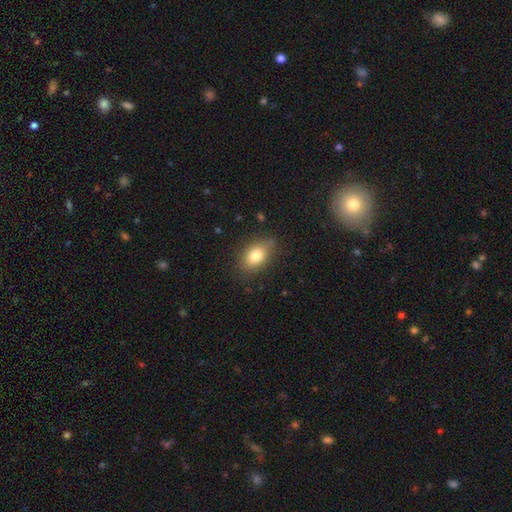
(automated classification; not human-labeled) This appears to be a smooth galaxy with no disk features (79%) that is in between round and cigar-shaped (83%). Merging: none (78%).